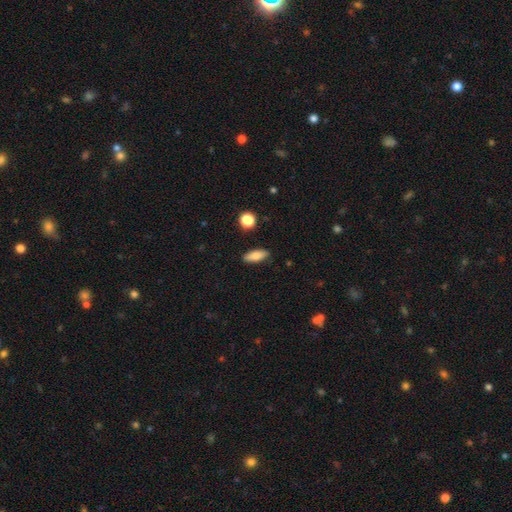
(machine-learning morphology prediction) Q: Smooth or featured?
A: smooth (81%); runner-up: featured or disk (12%)
Q: How rounded?
A: in between (74%); runner-up: cigar-shaped (22%)
Q: Merging?
A: none (88%); runner-up: minor disturbance (9%)